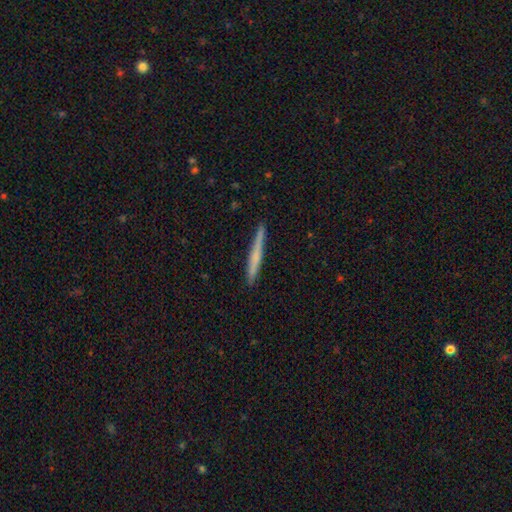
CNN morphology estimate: Smooth or featured?
  - smooth: 57% *
  - featured or disk: 37%
  - star or artifact: 6%
How rounded?
  - cigar-shaped: 97% *
  - in between: 2%
  - round: 1%
Merging?
  - none: 91% *
  - minor disturbance: 7%
  - major disturbance: 1%
  - merger: 1%